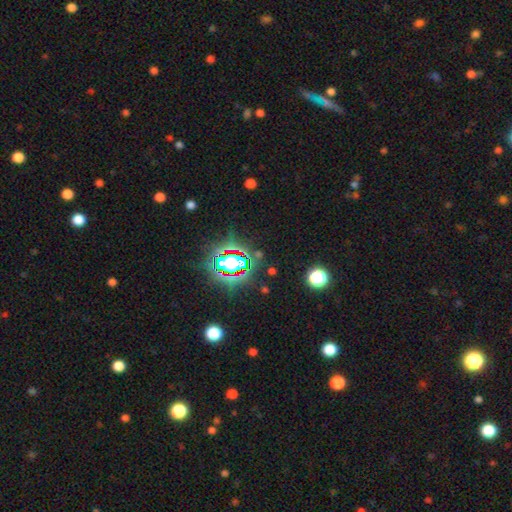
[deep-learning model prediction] smooth_or_featured: star or artifact (p=0.76) [alt: smooth p=0.15]